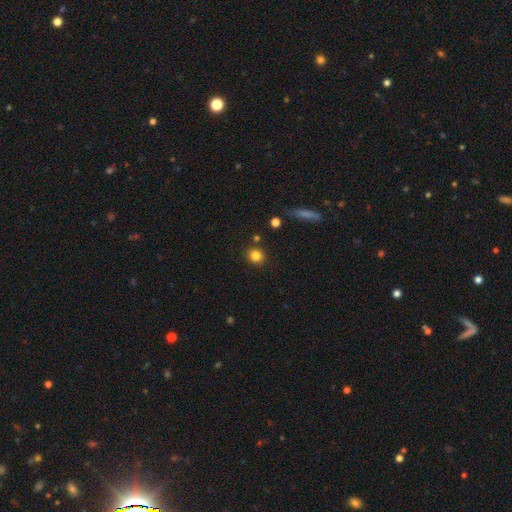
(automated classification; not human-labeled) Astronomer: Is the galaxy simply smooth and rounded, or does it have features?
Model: smooth — 83%.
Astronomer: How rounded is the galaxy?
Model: round — 90%.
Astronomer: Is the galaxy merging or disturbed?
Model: none — 86%.